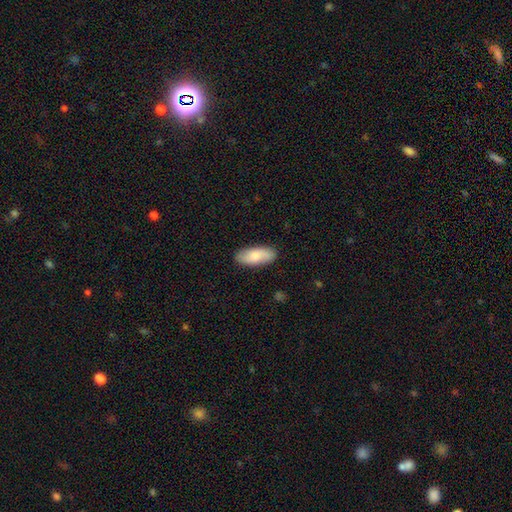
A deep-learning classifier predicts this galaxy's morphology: The model was most divided on "smooth or featured": smooth: 76%, featured or disk: 19%, star or artifact: 6%. More confident: merging — none (87%); how rounded — in between (84%).